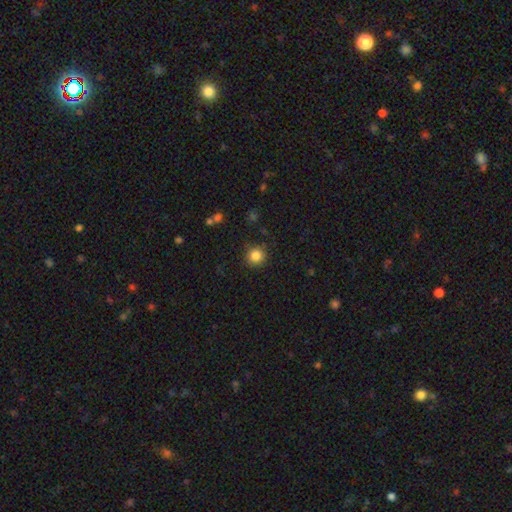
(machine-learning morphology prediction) smooth_or_featured: smooth (p=0.85) [alt: star or artifact p=0.11]
how_rounded: round (p=0.94) [alt: in between p=0.05]
merging: none (p=0.88) [alt: minor disturbance p=0.08]